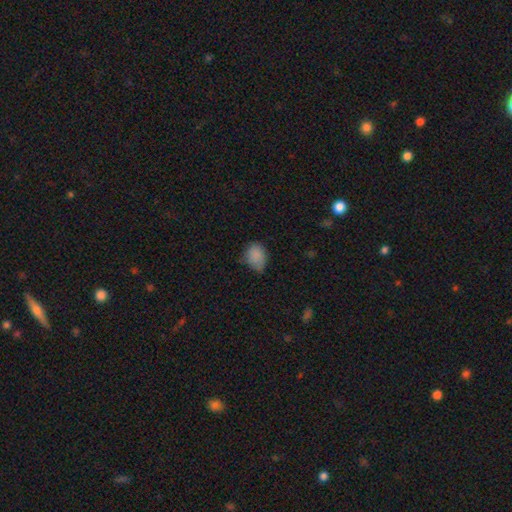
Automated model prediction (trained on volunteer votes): This is clearly a smooth galaxy (84%). How rounded: likely in between (65%). Merging: possibly none (55%).